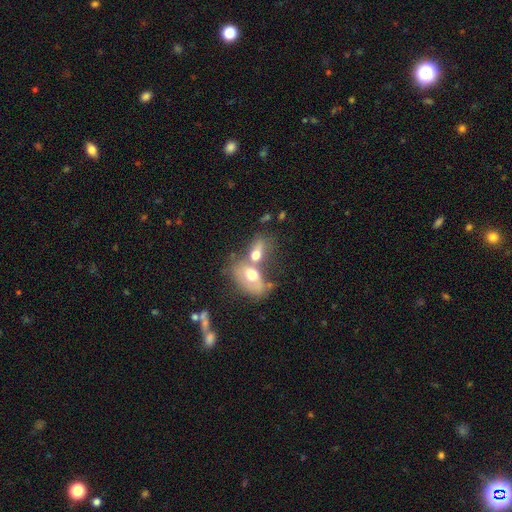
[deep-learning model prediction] Smooth or featured?
  - smooth: 44% *
  - featured or disk: 41%
  - star or artifact: 14%
Merging?
  - merger: 62% *
  - none: 24%
  - minor disturbance: 8%
  - major disturbance: 6%